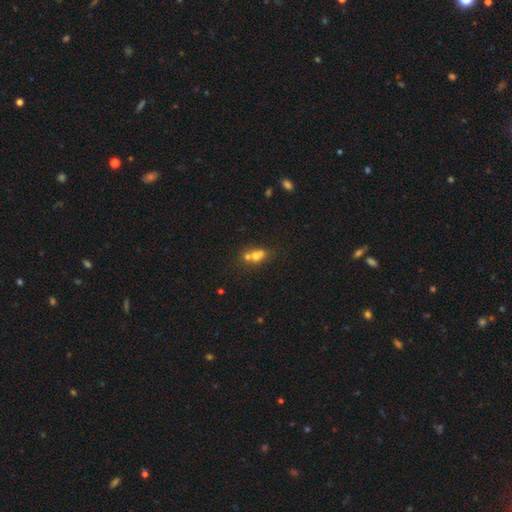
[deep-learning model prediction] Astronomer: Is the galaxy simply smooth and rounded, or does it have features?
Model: smooth — 58%.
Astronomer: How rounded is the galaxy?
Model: round — 66%.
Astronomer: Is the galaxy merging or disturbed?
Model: merger — 59%.